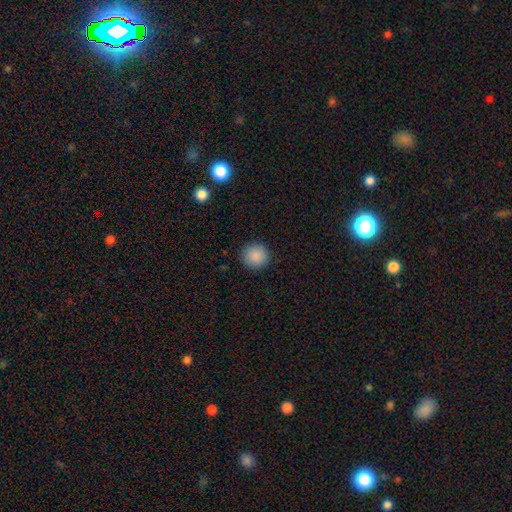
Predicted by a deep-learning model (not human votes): Smooth or featured?
  - smooth: 88% *
  - star or artifact: 9%
  - featured or disk: 3%
How rounded?
  - round: 95% *
  - in between: 4%
  - cigar-shaped: 1%
Merging?
  - none: 92% *
  - minor disturbance: 6%
  - major disturbance: 2%
  - merger: 1%